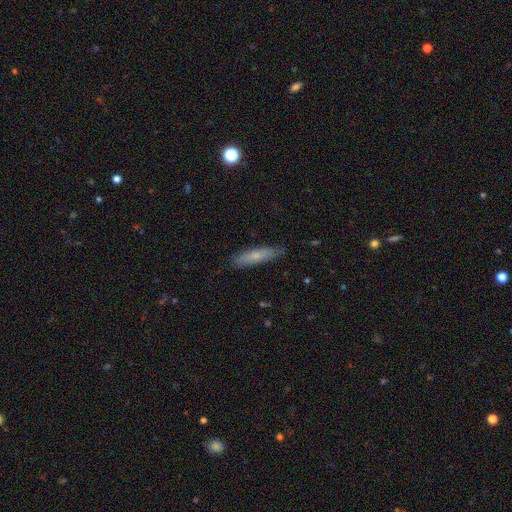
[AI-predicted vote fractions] Overall: smooth (65%; featured or disk 28%). How rounded: cigar-shaped (81%). Merging: none (83%).